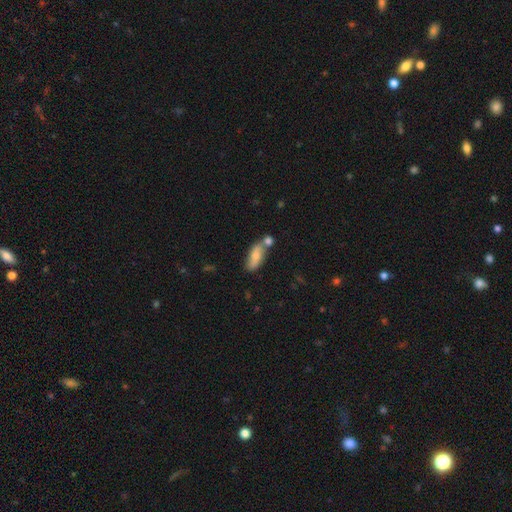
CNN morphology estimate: Smooth or featured?
  - smooth: 68% *
  - featured or disk: 24%
  - star or artifact: 7%
How rounded?
  - in between: 69% *
  - cigar-shaped: 28%
  - round: 3%
Merging?
  - none: 49% *
  - merger: 30%
  - minor disturbance: 16%
  - major disturbance: 5%